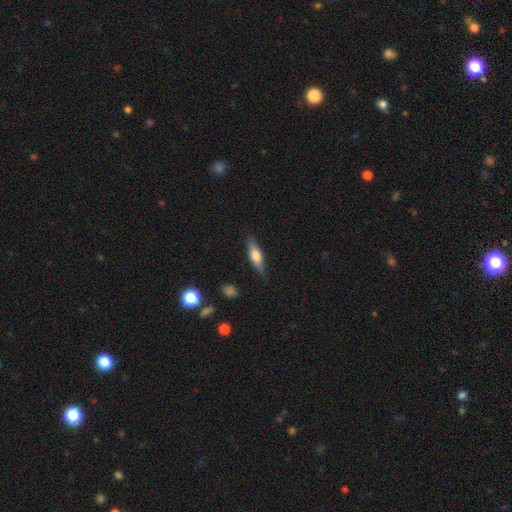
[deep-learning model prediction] Q: Smooth or featured?
A: smooth (54%); runner-up: featured or disk (40%)
Q: How rounded?
A: cigar-shaped (63%); runner-up: in between (34%)
Q: Merging?
A: none (86%); runner-up: minor disturbance (11%)